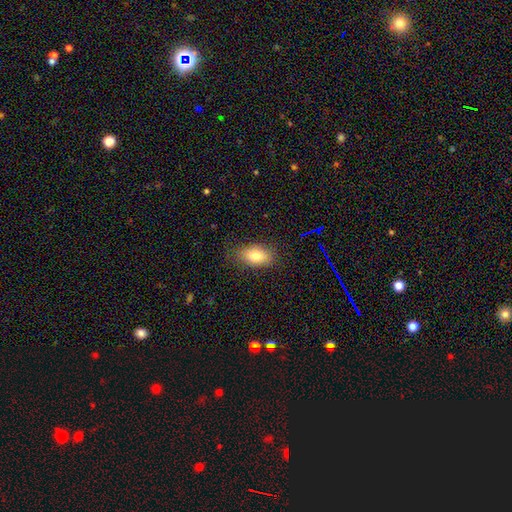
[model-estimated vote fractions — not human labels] Smooth or featured?
  - smooth: 79% *
  - featured or disk: 12%
  - star or artifact: 9%
How rounded?
  - in between: 88% *
  - round: 8%
  - cigar-shaped: 4%
Merging?
  - none: 81% *
  - minor disturbance: 14%
  - major disturbance: 3%
  - merger: 1%